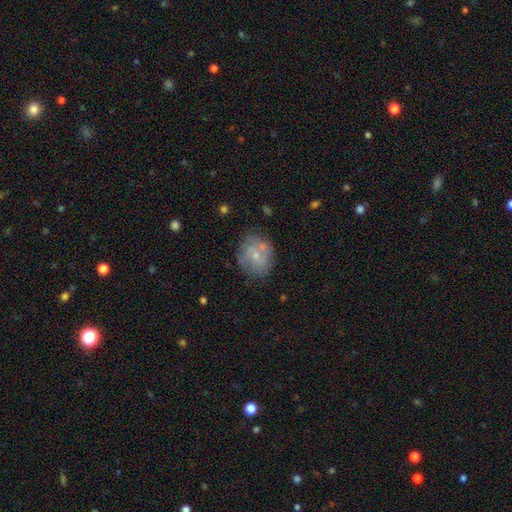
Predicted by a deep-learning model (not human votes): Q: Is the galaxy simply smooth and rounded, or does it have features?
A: featured or disk — 48%.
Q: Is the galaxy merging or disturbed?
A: none — 66%.